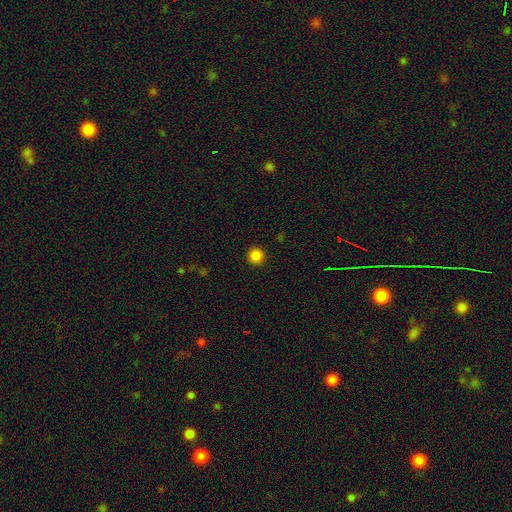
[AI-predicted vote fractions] smooth 85%, star or artifact 12%, featured or disk 3%. Down the decision tree: how rounded — round (96%); merging — none (93%).